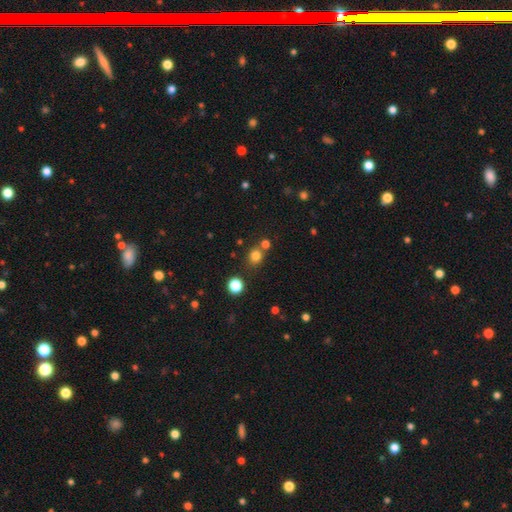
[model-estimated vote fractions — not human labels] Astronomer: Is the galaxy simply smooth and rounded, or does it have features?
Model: smooth — 79%.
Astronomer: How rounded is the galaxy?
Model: round — 80%.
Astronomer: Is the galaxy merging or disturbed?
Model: none — 72%.